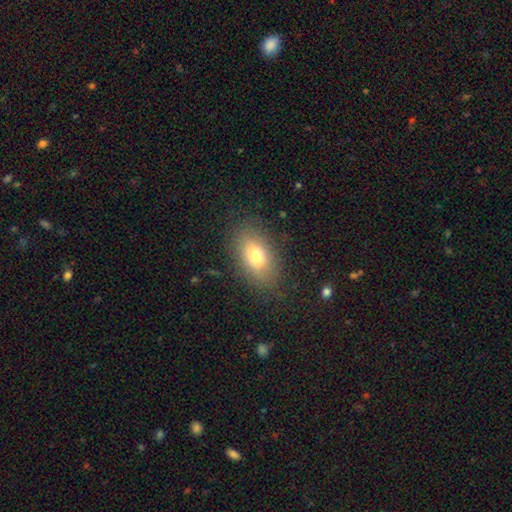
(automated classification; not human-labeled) smooth_or_featured: smooth (p=0.73) [alt: featured or disk p=0.16]
how_rounded: in between (p=0.86) [alt: round p=0.11]
merging: none (p=0.82) [alt: minor disturbance p=0.12]